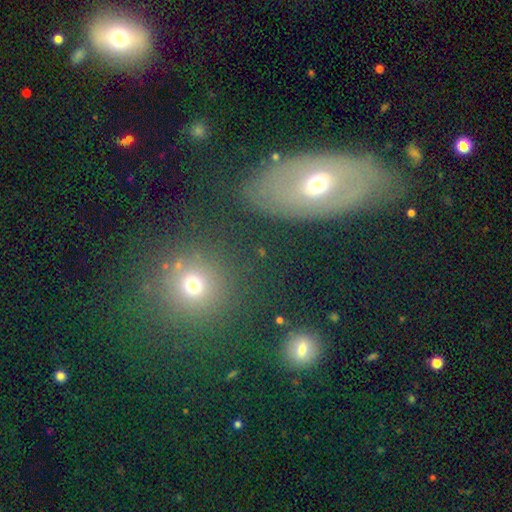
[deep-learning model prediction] Overall: smooth (45%; star or artifact 30%). Merging: none (83%).